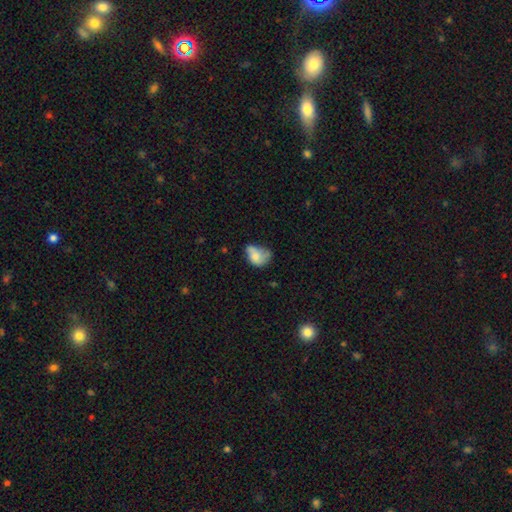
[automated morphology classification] Q: Smooth or featured?
A: smooth (65%); runner-up: featured or disk (26%)
Q: How rounded?
A: in between (73%); runner-up: round (26%)
Q: Merging?
A: minor disturbance (37%); runner-up: none (26%)